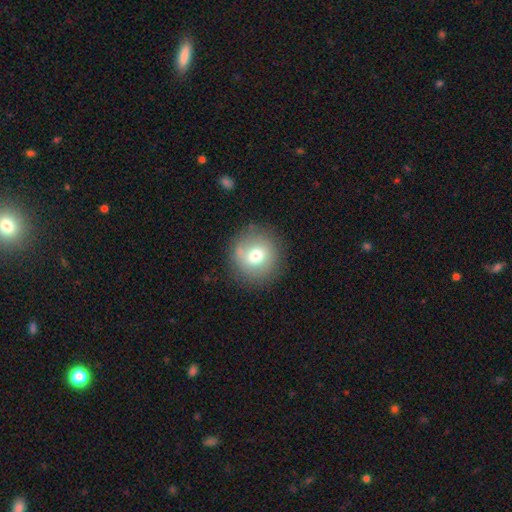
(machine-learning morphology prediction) This is likely a smooth galaxy (68%). How rounded: clearly round (94%). Merging: clearly none (82%).